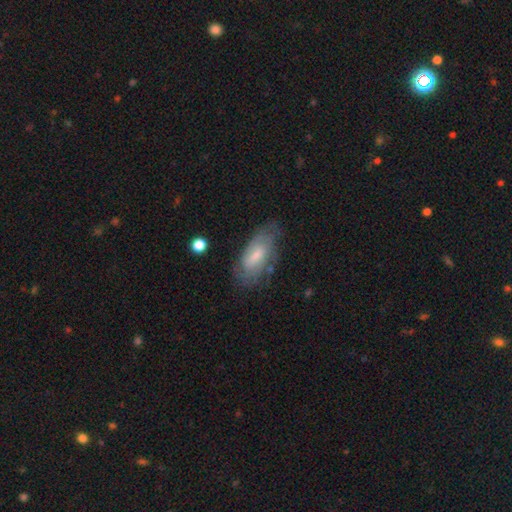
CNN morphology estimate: This is possibly a featured or disk galaxy (50%). It is clearly not viewed edge-on (88%). Merging: likely none (67%).